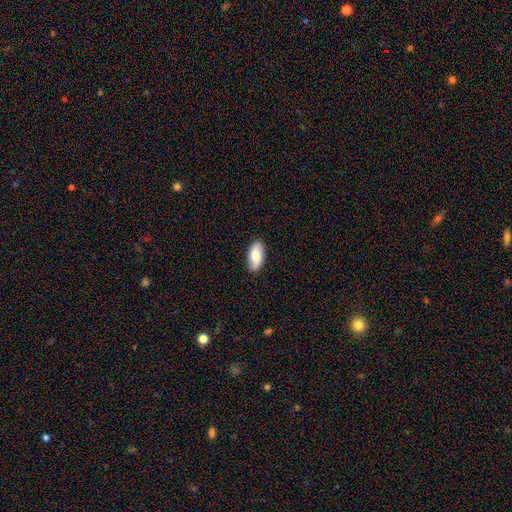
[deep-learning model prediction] The model was most divided on "smooth or featured": smooth: 71%, featured or disk: 22%, star or artifact: 6%. More confident: how rounded — in between (91%); merging — none (86%).